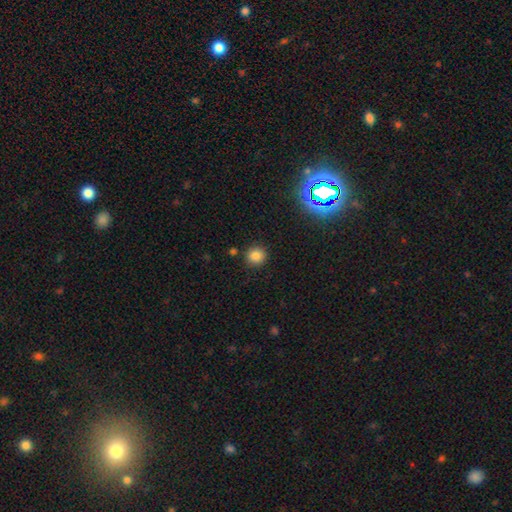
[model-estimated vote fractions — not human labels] This appears to be a smooth galaxy with no disk features (82%) that is round (91%). Merging: none (87%).